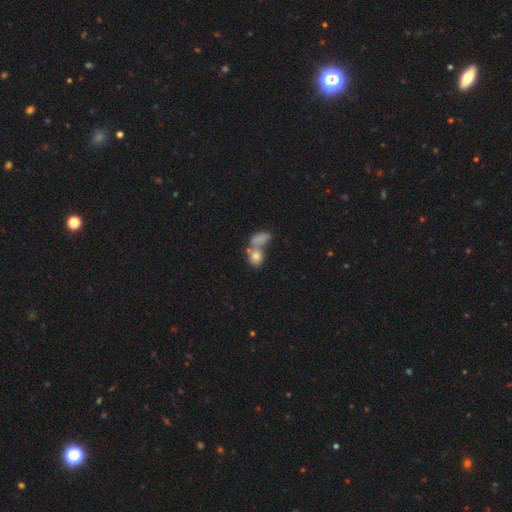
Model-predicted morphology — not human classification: A smooth galaxy with no disk features (76%) that is round (52%). Merging: merger (52%).